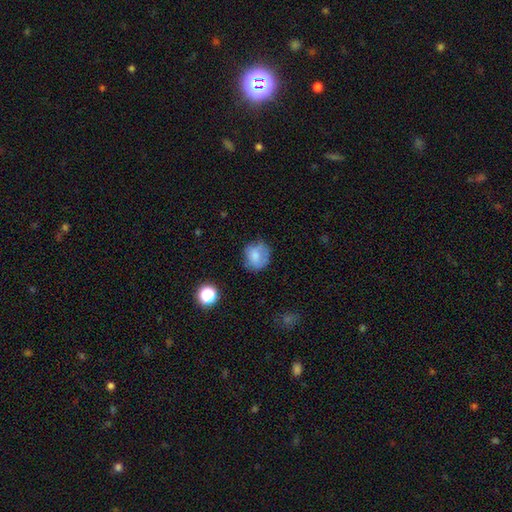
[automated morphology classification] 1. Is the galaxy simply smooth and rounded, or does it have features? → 73% smooth, 17% featured or disk, 11% star or artifact.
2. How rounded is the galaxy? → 74% round, 25% in between, 1% cigar-shaped.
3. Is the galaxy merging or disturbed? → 60% none, 27% minor disturbance, 11% major disturbance, 2% merger.